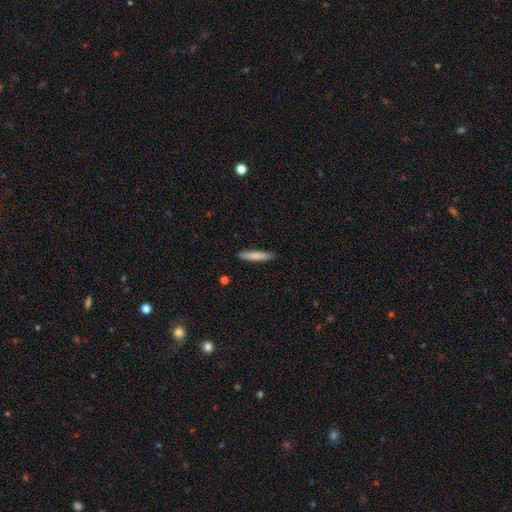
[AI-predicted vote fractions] This appears to be a smooth galaxy with no disk features (80%) that is cigar-shaped (91%). Merging: none (88%).